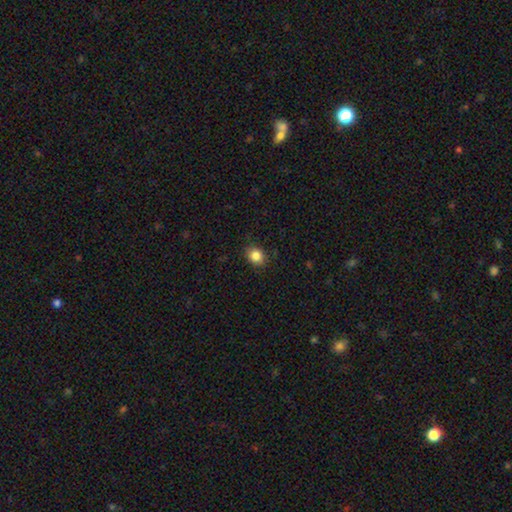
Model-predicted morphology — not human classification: Overall: smooth (85%). How rounded: round (57%; in between 42%). Merging: none (86%).